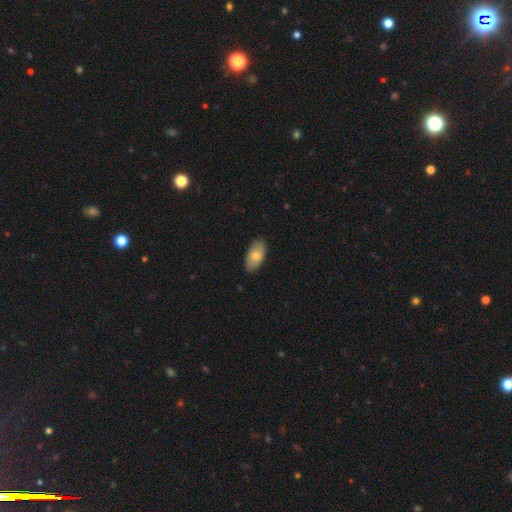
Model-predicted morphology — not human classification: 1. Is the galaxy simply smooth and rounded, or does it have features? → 77% smooth, 17% featured or disk, 6% star or artifact.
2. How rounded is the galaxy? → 94% in between, 3% cigar-shaped, 3% round.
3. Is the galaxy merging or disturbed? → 85% none, 12% minor disturbance, 2% major disturbance, 1% merger.